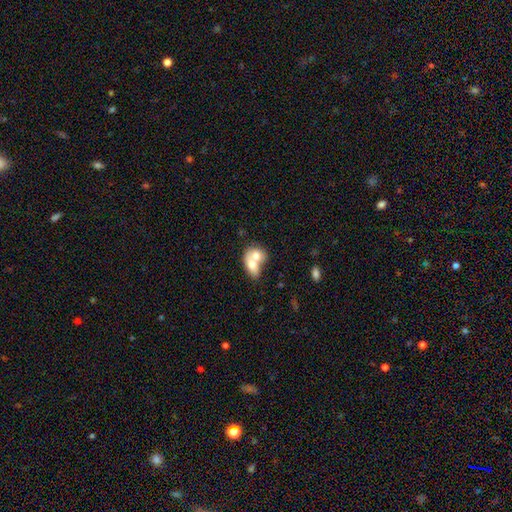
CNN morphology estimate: This is likely a smooth galaxy (68%). How rounded: likely in between (63%). Merging: likely merger (77%).